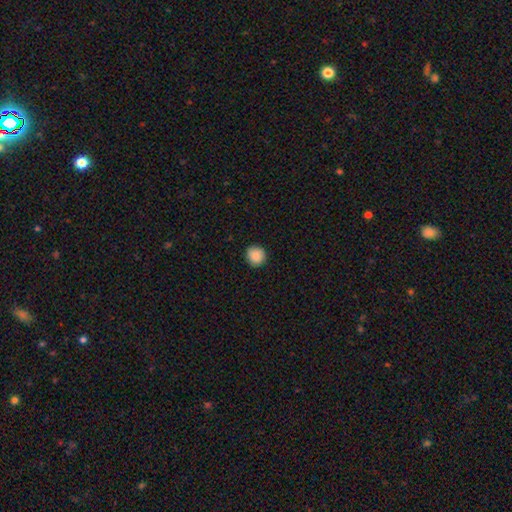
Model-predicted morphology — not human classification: Q: Smooth or featured?
A: smooth (87%); runner-up: star or artifact (8%)
Q: How rounded?
A: round (92%); runner-up: in between (7%)
Q: Merging?
A: none (88%); runner-up: minor disturbance (9%)